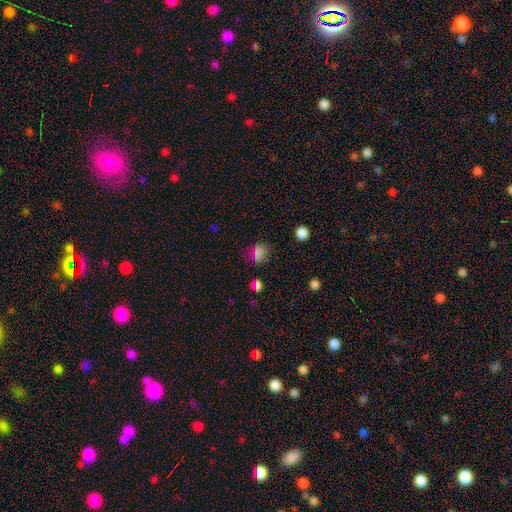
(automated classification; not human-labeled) A smooth galaxy with no disk features (73%) that is round (53%).

Vote fractions:
- Smooth or featured? smooth: 73% / star or artifact: 20% / featured or disk: 7%
- How rounded? round: 53% / in between: 45% / cigar-shaped: 2%
- Merging? none: 75% / minor disturbance: 16% / major disturbance: 6% / merger: 3%